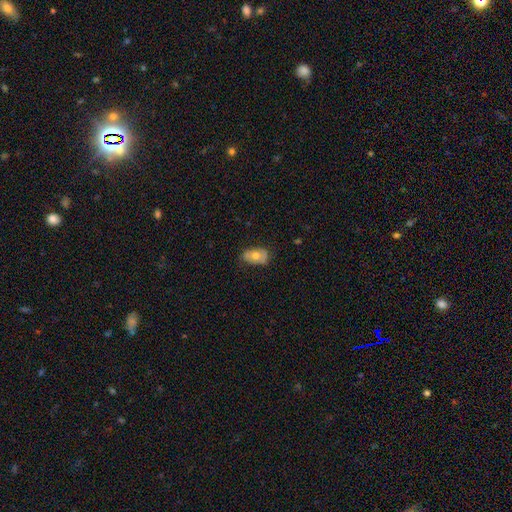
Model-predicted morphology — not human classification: smooth 57%, featured or disk 36%, star or artifact 7%. Down the decision tree: how rounded — in between (86%); merging — none (67%).